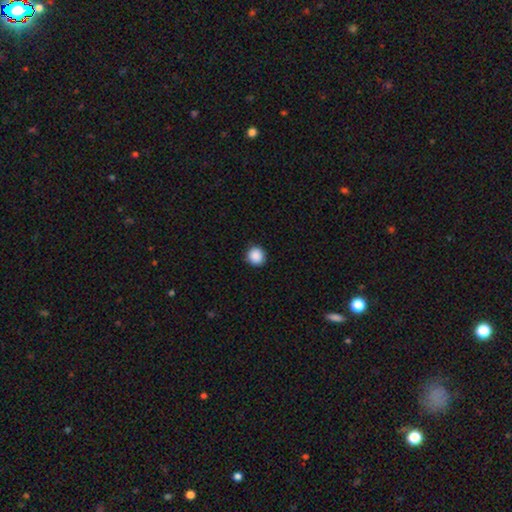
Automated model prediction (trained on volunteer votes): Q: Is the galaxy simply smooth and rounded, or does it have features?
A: smooth — 89%.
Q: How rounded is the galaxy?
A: round — 94%.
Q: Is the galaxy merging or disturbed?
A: none — 92%.